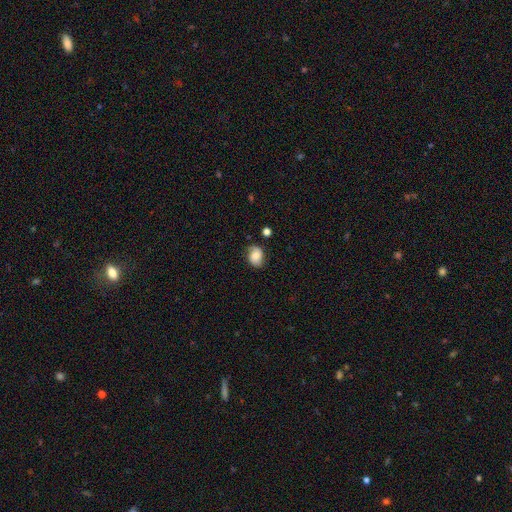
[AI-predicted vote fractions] Smooth or featured? Predicted: smooth (p=0.64). How rounded? Predicted: in between (p=0.63). Merging? Predicted: none (p=0.70).